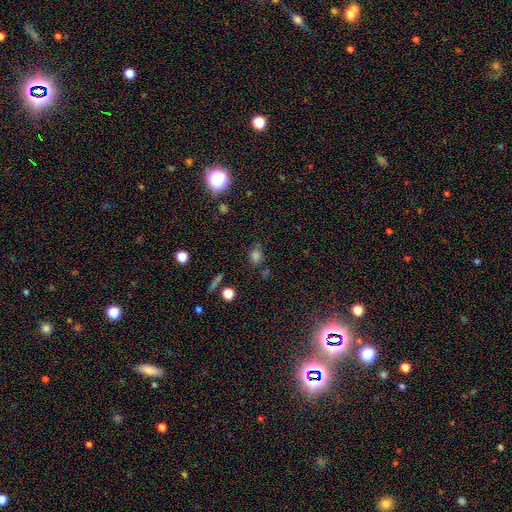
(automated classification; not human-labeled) The model was most divided on "how rounded": round: 54%, in between: 43%, cigar-shaped: 2%. More confident: smooth or featured — smooth (74%); merging — none (71%).